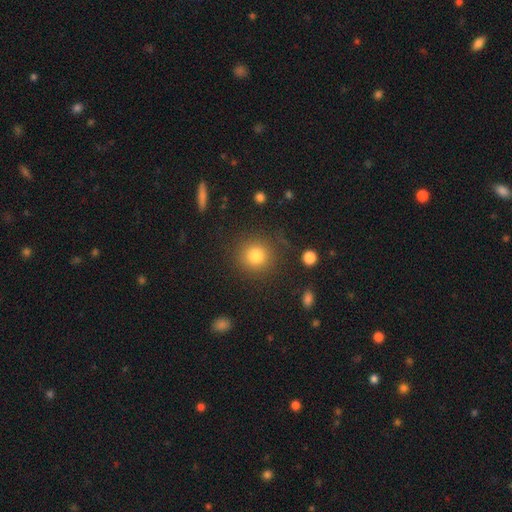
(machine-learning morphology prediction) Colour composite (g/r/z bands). It shows a smooth galaxy with no disk features (81%) that is round (91%). Merging: none (85%).